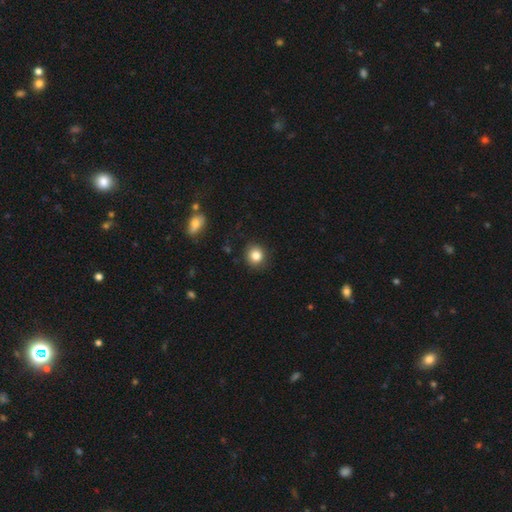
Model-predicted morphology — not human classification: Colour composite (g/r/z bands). It shows a smooth galaxy with no disk features (84%) that is round (87%). Merging: none (88%).